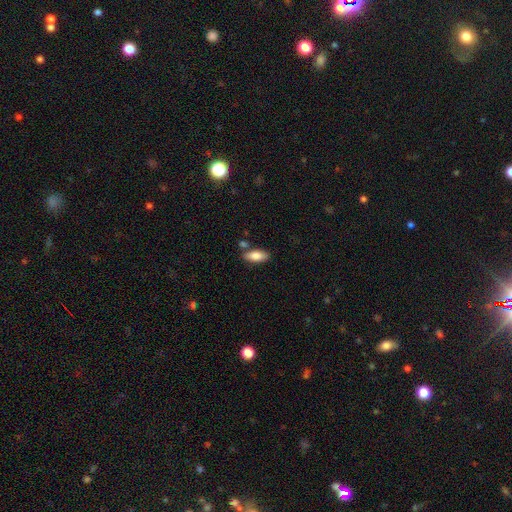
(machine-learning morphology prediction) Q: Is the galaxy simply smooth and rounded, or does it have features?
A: smooth — 83%.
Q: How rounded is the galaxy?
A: in between — 84%.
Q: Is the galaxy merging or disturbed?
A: none — 78%.